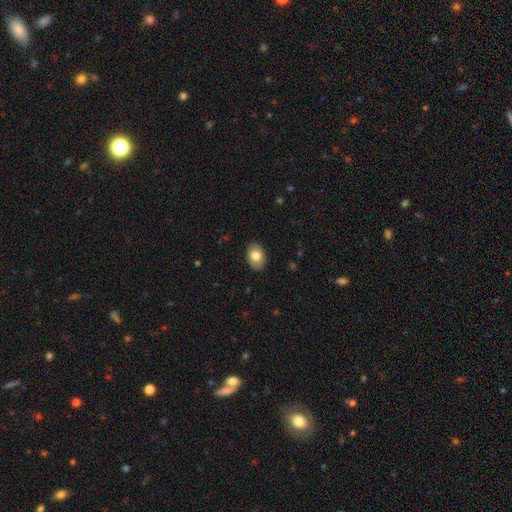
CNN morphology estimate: The model was most divided on "smooth or featured": smooth: 76%, featured or disk: 17%, star or artifact: 7%. More confident: merging — none (88%); how rounded — in between (83%).